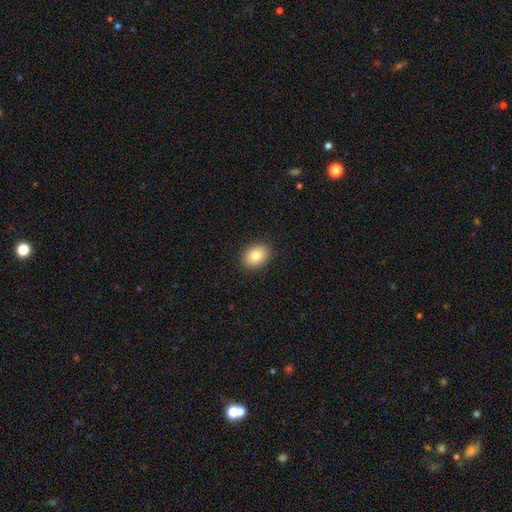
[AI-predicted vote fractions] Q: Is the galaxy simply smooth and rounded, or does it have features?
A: smooth — 84%.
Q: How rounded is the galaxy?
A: in between — 70%.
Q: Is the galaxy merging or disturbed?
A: none — 90%.